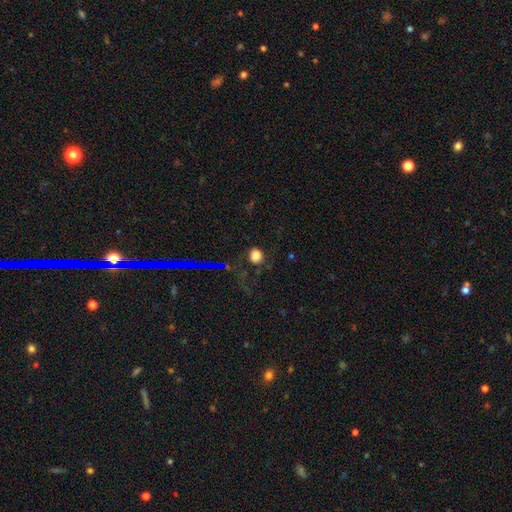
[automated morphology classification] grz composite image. It shows a smooth galaxy with no disk features (78%) that is round (71%). Merging: none (71%).